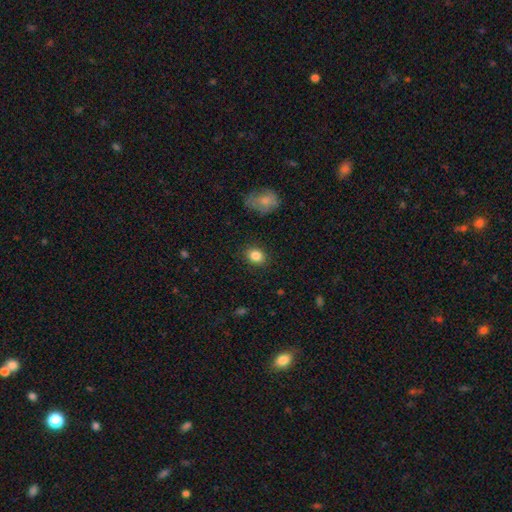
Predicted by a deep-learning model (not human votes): Overall: smooth (85%). How rounded: round (53%; in between 46%). Merging: none (88%).